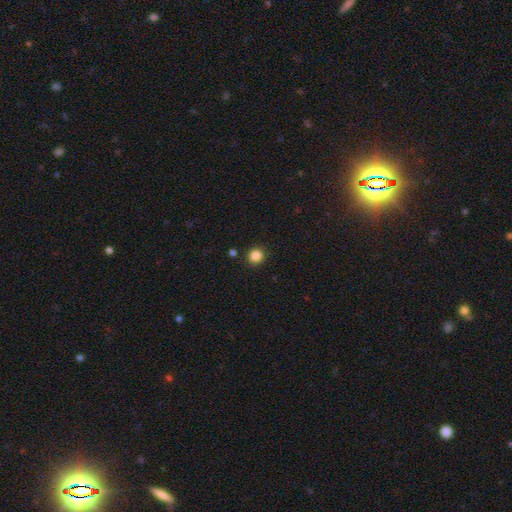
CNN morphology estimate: A smooth galaxy with no disk features (85%) that is round (92%). Merging: none (90%).